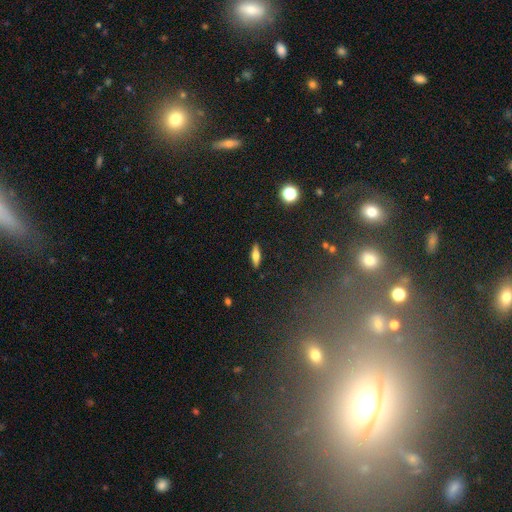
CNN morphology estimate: Q: Smooth or featured?
A: smooth (57%); runner-up: featured or disk (34%)
Q: How rounded?
A: cigar-shaped (50%); runner-up: in between (46%)
Q: Merging?
A: none (89%); runner-up: minor disturbance (8%)